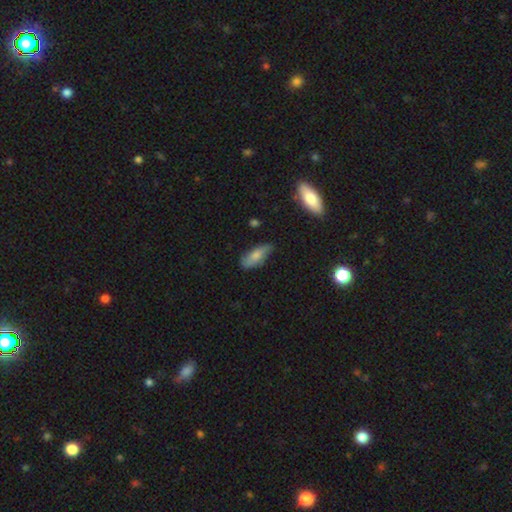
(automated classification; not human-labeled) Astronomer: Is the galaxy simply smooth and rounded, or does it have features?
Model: smooth — 72%.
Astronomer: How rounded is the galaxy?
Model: in between — 76%.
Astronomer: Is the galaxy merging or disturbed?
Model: none — 66%.